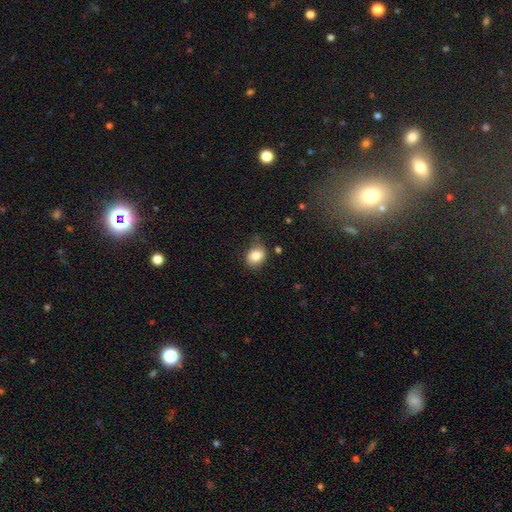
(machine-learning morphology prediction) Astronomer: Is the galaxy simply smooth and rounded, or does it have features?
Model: smooth — 84%.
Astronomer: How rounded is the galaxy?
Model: in between — 55% (runner-up: round, 44%).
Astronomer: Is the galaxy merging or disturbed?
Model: none — 69%.